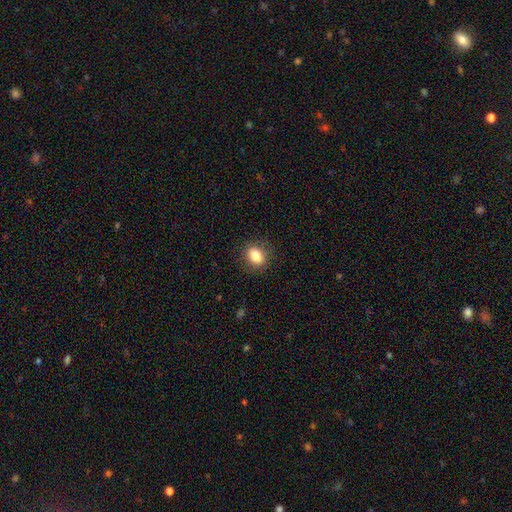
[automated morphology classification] This appears to be a smooth galaxy with no disk features (84%) that is in between round and cigar-shaped (59%). Merging: none (86%).